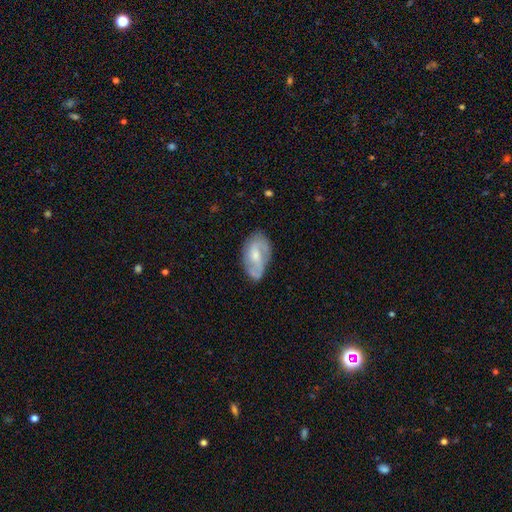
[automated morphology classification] This appears to be a featured or disk galaxy (63%) with no bar (47%), 2 (64%) medium (44%) spiral arms (84%) and a moderate central bulge (48%). Merging: none (65%).